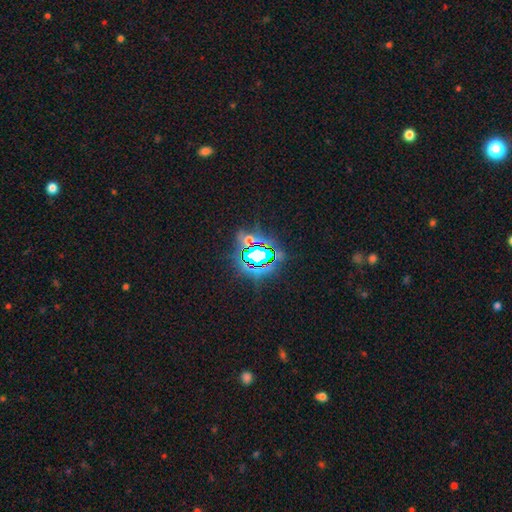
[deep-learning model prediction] smooth-or-featured: star or artifact: 73% | smooth: 16% | featured or disk: 11%